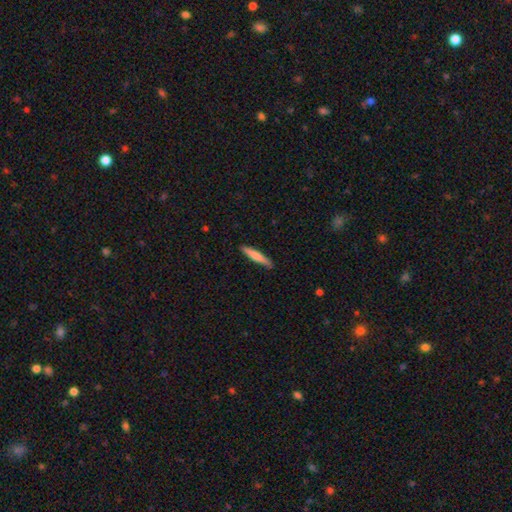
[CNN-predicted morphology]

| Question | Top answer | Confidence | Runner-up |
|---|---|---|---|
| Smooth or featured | smooth | 70% | featured or disk (25%) |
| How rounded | cigar-shaped | 92% | in between (7%) |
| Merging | none | 89% | minor disturbance (8%) |